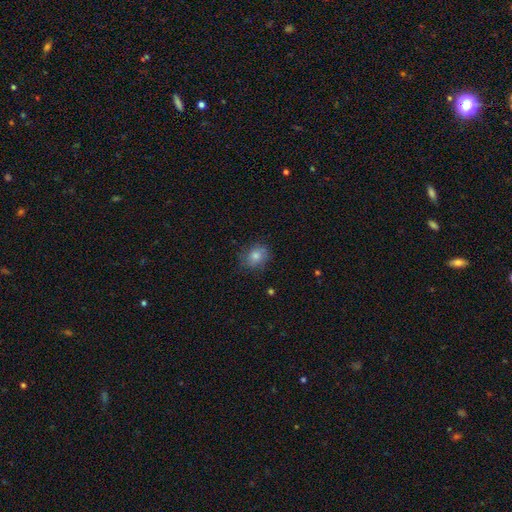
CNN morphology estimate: This appears to be a smooth galaxy with no disk features (68%) that is round (61%). Merging: none (76%).